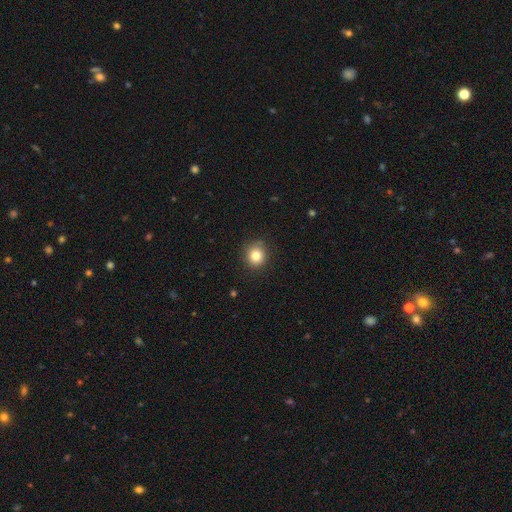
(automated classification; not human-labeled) Smooth or featured?
  - smooth: 82% *
  - star or artifact: 11%
  - featured or disk: 7%
How rounded?
  - round: 88% *
  - in between: 11%
  - cigar-shaped: 1%
Merging?
  - none: 87% *
  - minor disturbance: 10%
  - major disturbance: 2%
  - merger: 1%